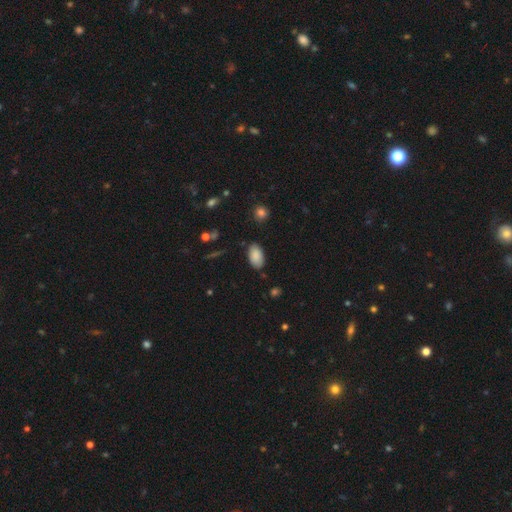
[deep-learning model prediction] Smooth or featured: smooth — 87% (star or artifact — 8%)
How rounded: in between — 95% (round — 4%)
Merging: none — 82% (minor disturbance — 13%)